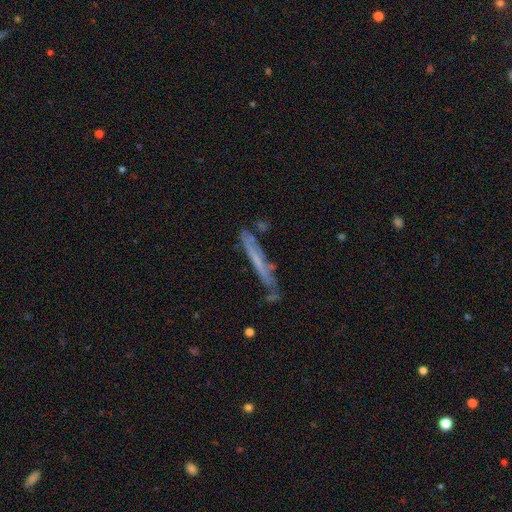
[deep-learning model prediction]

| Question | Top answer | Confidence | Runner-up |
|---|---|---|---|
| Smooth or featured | featured or disk | 50% | smooth (40%) |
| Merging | none | 69% | minor disturbance (20%) |